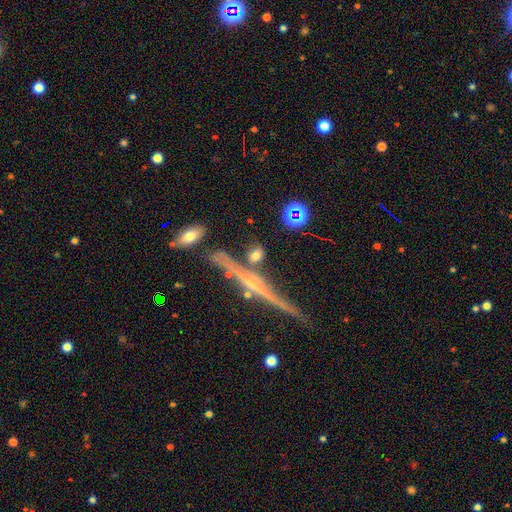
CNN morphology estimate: Overall: smooth (47%; featured or disk 40%). Merging: none (71%).